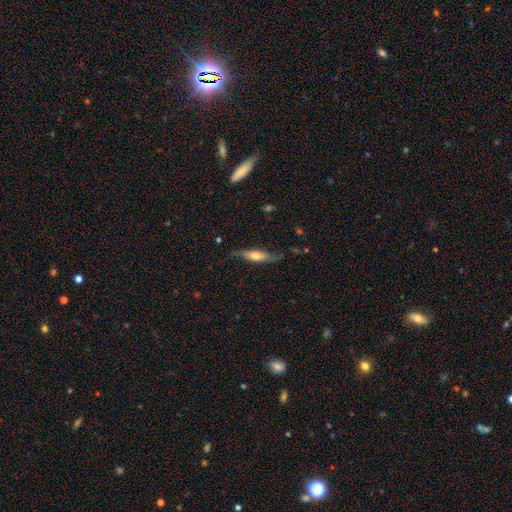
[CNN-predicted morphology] smooth-or-featured: featured or disk: 51% | smooth: 42% | star or artifact: 6%
  disk-edge-on: yes: 62% | no: 38%
  merging: none: 67% | minor disturbance: 23% | major disturbance: 7% | merger: 2%